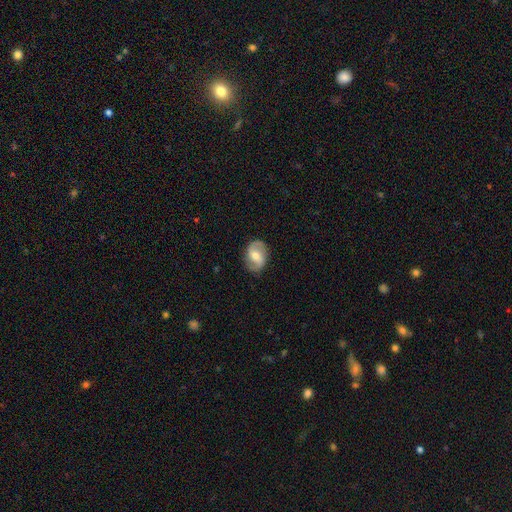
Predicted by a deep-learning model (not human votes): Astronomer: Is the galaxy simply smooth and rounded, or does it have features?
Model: featured or disk — 76%.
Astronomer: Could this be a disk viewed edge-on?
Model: no — 97%.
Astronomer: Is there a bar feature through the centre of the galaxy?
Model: weak — 48% (runner-up: no, 32%).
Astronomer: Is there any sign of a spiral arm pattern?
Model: yes — 91%.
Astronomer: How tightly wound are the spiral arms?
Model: medium — 44% (runner-up: loose, 39%).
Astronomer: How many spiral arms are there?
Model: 2 — 91%.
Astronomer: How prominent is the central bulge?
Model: moderate — 65%.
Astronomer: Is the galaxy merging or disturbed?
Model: none — 84%.